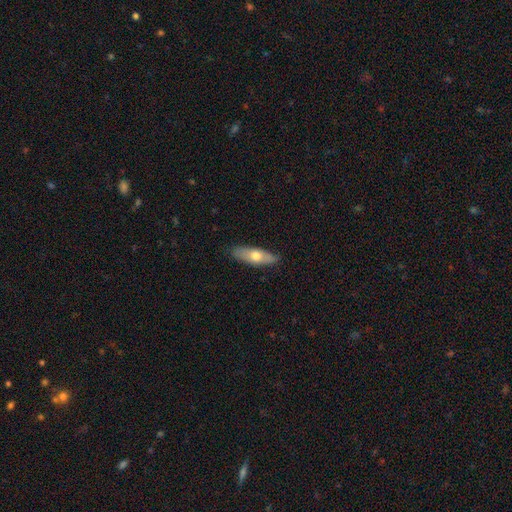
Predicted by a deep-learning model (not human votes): Q: Smooth or featured?
A: smooth (57%); runner-up: featured or disk (37%)
Q: How rounded?
A: in between (52%); runner-up: cigar-shaped (45%)
Q: Merging?
A: none (85%); runner-up: minor disturbance (12%)